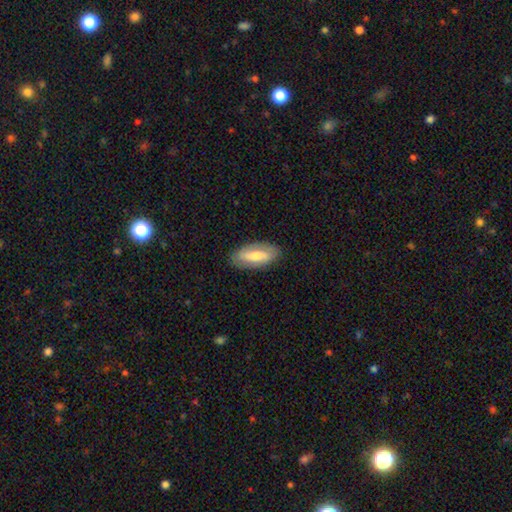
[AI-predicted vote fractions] A smooth galaxy with no disk features (47%). Merging: none (86%).